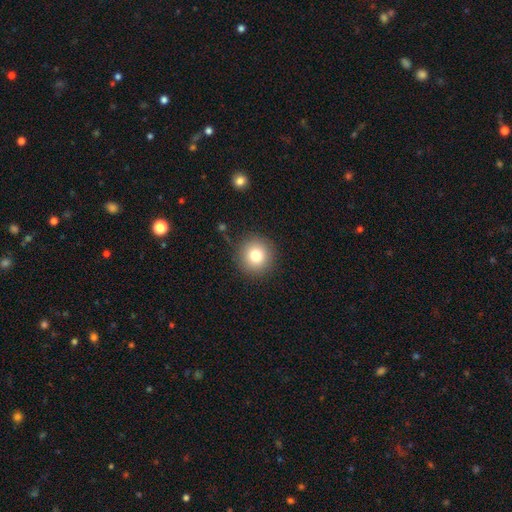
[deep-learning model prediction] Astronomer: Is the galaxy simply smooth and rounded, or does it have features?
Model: smooth — 80%.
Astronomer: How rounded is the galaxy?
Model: round — 94%.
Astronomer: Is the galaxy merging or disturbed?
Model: none — 89%.